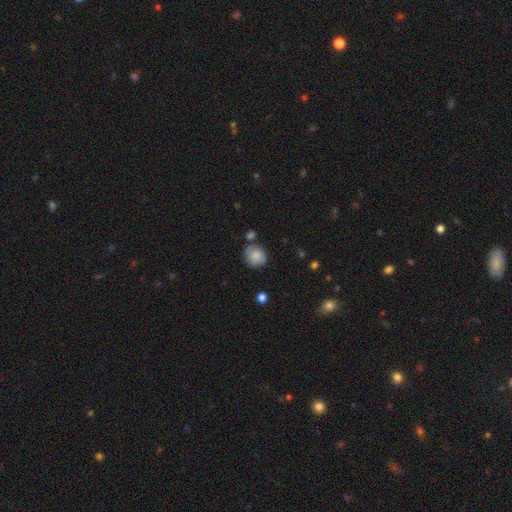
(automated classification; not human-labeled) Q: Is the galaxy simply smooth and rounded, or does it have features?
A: smooth — 83%.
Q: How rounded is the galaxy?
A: round — 81%.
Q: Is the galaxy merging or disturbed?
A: none — 70%.